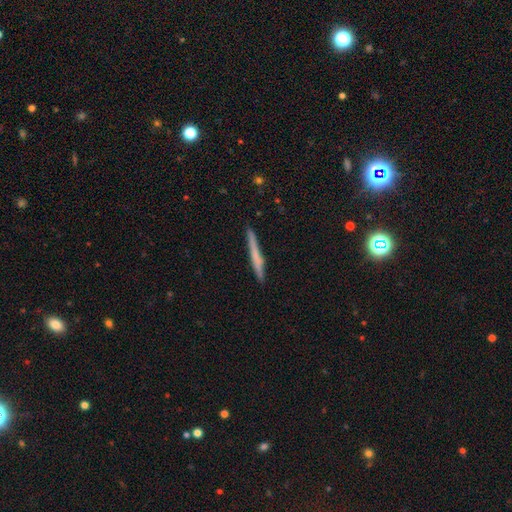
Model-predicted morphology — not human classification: Q: Smooth or featured?
A: smooth (54%); runner-up: featured or disk (40%)
Q: How rounded?
A: cigar-shaped (96%); runner-up: in between (2%)
Q: Merging?
A: none (90%); runner-up: minor disturbance (7%)